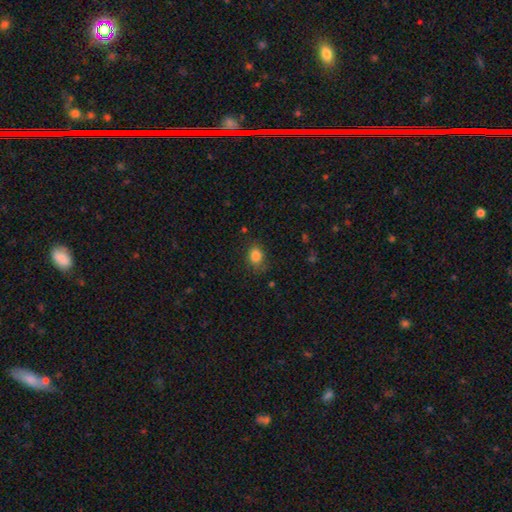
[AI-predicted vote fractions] smooth_or_featured: smooth (p=0.84) [alt: star or artifact p=0.11]
how_rounded: in between (p=0.63) [alt: round p=0.36]
merging: none (p=0.78) [alt: minor disturbance p=0.16]